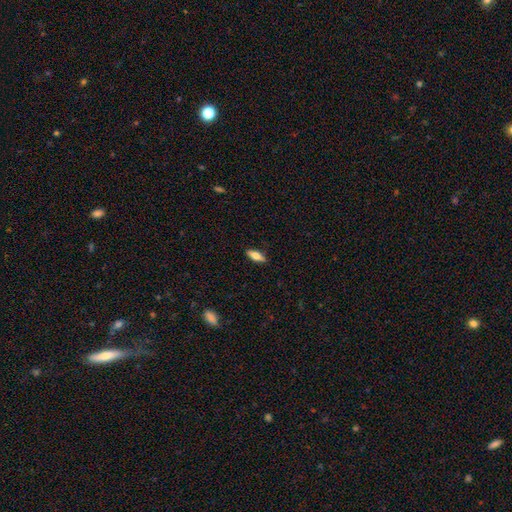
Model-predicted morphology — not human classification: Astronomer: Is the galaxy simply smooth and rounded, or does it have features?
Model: smooth — 67%.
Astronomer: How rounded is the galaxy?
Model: in between — 67%.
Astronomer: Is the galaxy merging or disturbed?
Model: none — 88%.